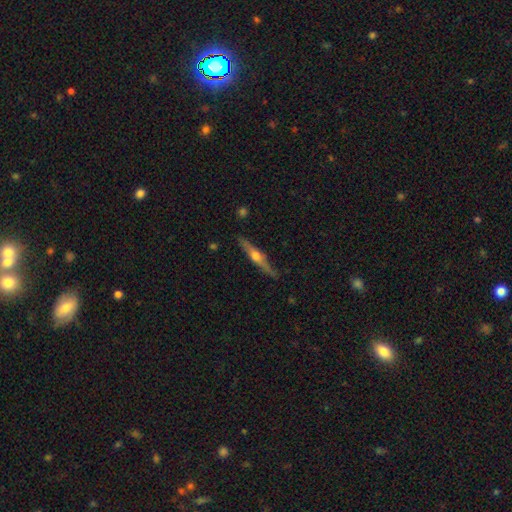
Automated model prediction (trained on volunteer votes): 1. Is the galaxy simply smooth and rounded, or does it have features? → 70% featured or disk, 24% smooth, 6% star or artifact.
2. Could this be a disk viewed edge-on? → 96% yes, 4% no.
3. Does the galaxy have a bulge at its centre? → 92% rounded, 4% boxy, 4% none.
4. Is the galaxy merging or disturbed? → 81% none, 14% minor disturbance, 3% major disturbance, 2% merger.